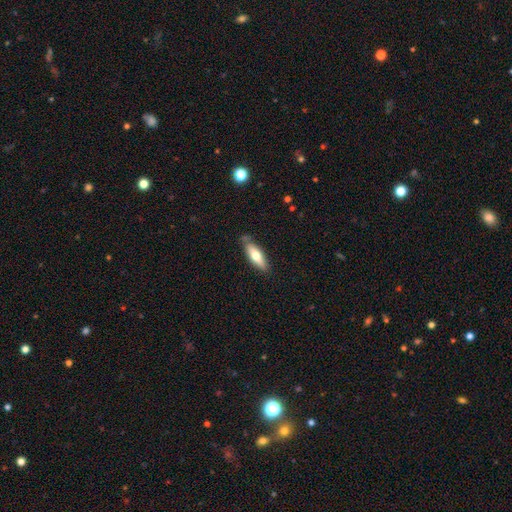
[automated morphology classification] This is likely a smooth galaxy (66%). How rounded: possibly in between (55%). Merging: likely none (77%).